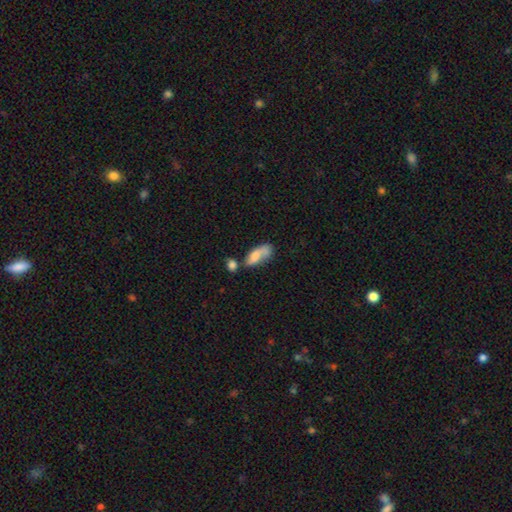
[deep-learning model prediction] Q: Smooth or featured?
A: smooth (70%); runner-up: featured or disk (22%)
Q: How rounded?
A: in between (82%); runner-up: cigar-shaped (14%)
Q: Merging?
A: merger (37%); runner-up: none (27%)